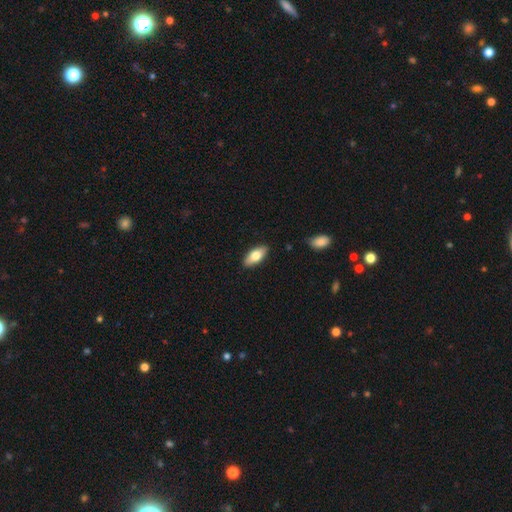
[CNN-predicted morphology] smooth_or_featured: smooth (p=0.71) [alt: featured or disk p=0.23]
how_rounded: in between (p=0.84) [alt: cigar-shaped p=0.14]
merging: none (p=0.88) [alt: minor disturbance p=0.09]